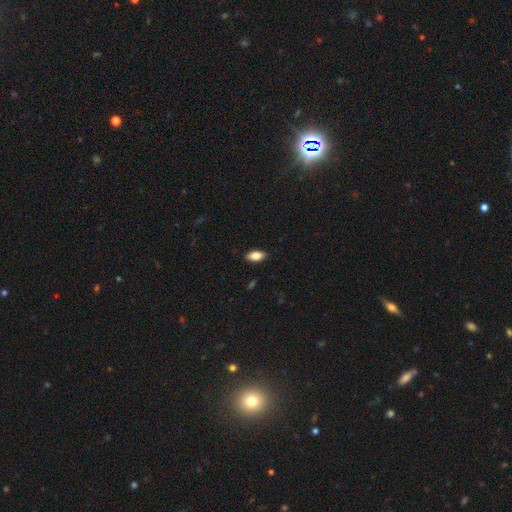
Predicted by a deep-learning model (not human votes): Q: Smooth or featured?
A: smooth (82%); runner-up: featured or disk (10%)
Q: How rounded?
A: in between (90%); runner-up: cigar-shaped (7%)
Q: Merging?
A: none (89%); runner-up: minor disturbance (8%)